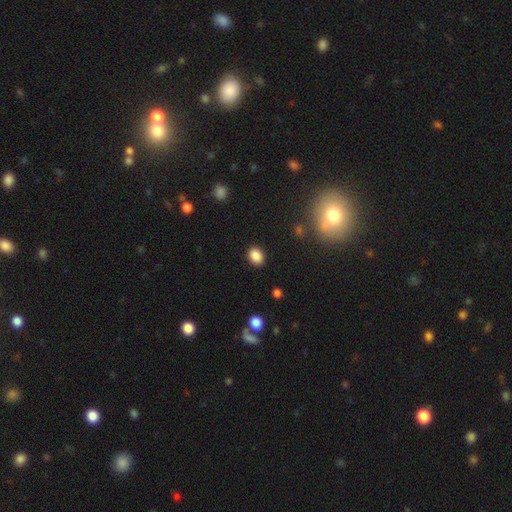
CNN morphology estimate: type=smooth (86%); roundness=in between (69%); merging=none (88%).